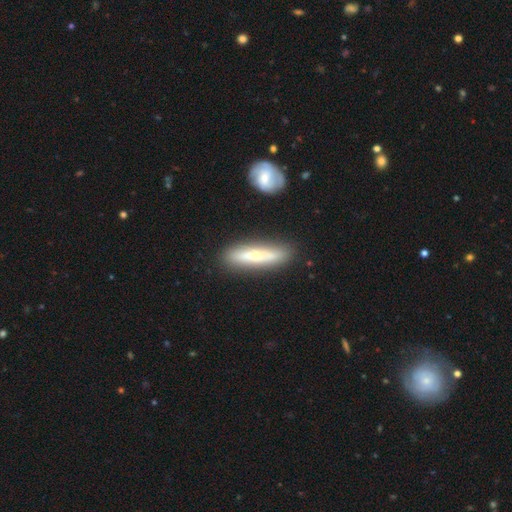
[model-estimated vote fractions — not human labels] A smooth galaxy with no disk features (53%) that is cigar-shaped (81%). Merging: none (84%).